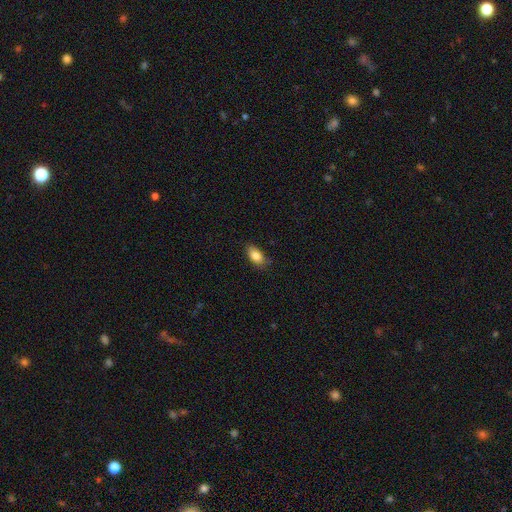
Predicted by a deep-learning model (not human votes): Smooth or featured? smooth (85%)
How rounded? in between (89%)
Merging? none (80%)